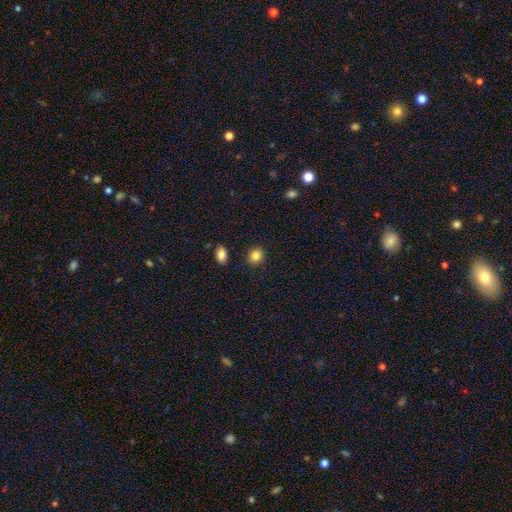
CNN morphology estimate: Smooth or featured? smooth (86%)
How rounded? round (77%)
Merging? none (89%)